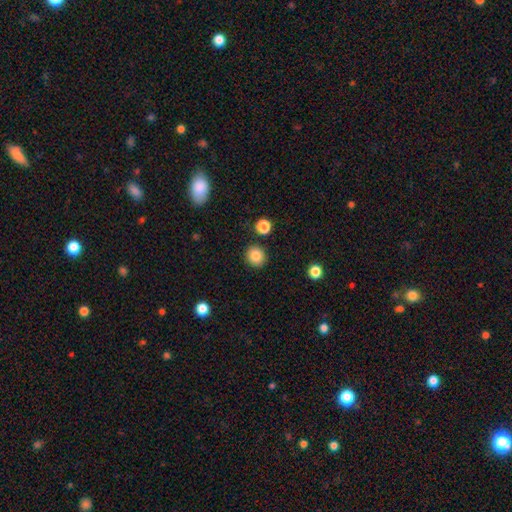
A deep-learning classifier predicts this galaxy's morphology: Smooth or featured?
  - smooth: 85% *
  - star or artifact: 10%
  - featured or disk: 5%
How rounded?
  - round: 89% *
  - in between: 10%
  - cigar-shaped: 1%
Merging?
  - none: 89% *
  - minor disturbance: 6%
  - merger: 3%
  - major disturbance: 2%